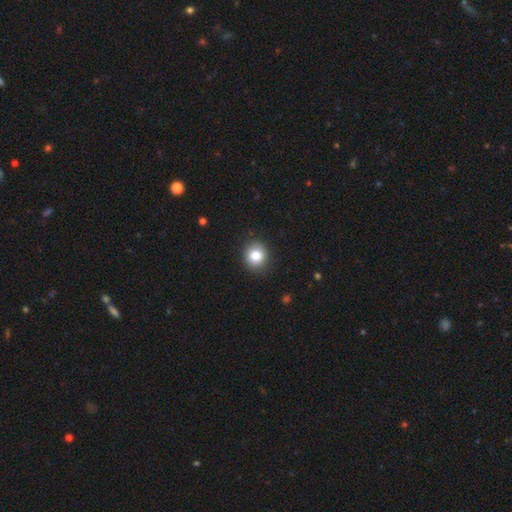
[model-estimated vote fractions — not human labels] Overall: smooth (82%). How rounded: round (86%). Merging: none (90%).